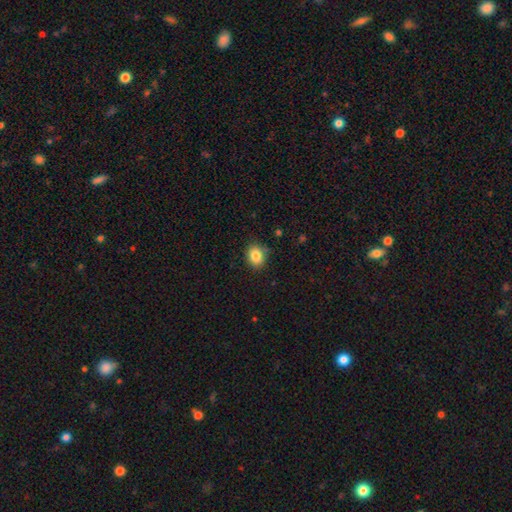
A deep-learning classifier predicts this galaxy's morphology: This is clearly a smooth galaxy (85%). How rounded: possibly round (57%). Merging: clearly none (85%).